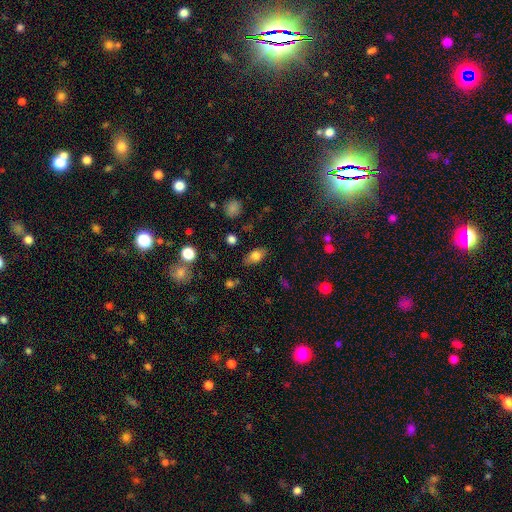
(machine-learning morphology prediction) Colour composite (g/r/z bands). It shows a smooth galaxy with no disk features (76%) that is in between round and cigar-shaped (86%). Merging: none (80%).